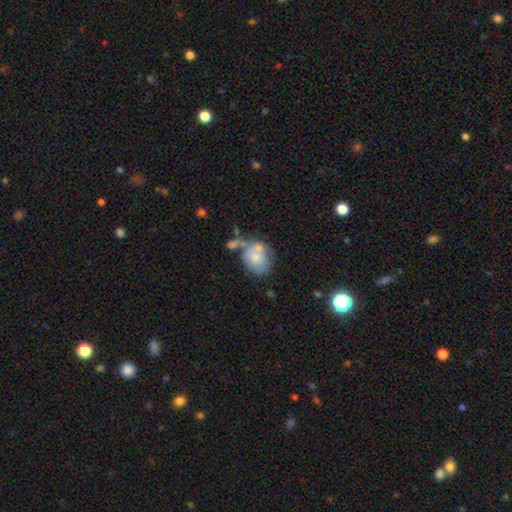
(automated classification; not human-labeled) Smooth or featured? Predicted: smooth (p=0.65). How rounded? Predicted: round (p=0.55). Merging? Predicted: none (p=0.34).